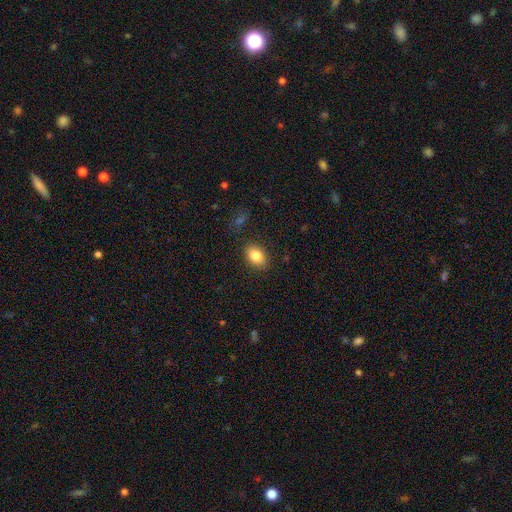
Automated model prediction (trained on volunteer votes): Q: Smooth or featured?
A: smooth (83%); runner-up: star or artifact (8%)
Q: How rounded?
A: in between (80%); runner-up: round (18%)
Q: Merging?
A: none (86%); runner-up: minor disturbance (10%)